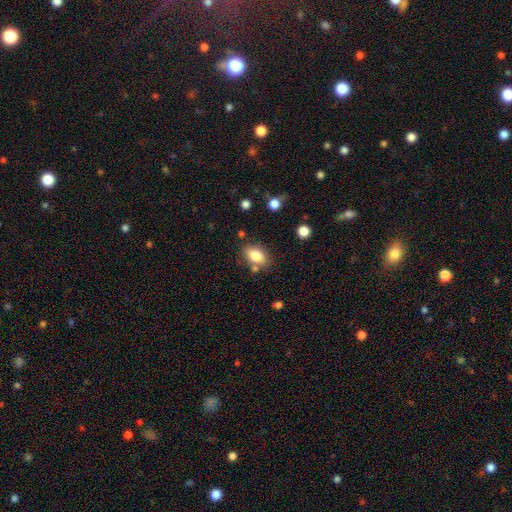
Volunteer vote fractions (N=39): A smooth galaxy with no disk features (74%) that is in between round and cigar-shaped (93%).

Vote fractions:
- Smooth or featured? smooth: 74% / featured or disk: 15% / star or artifact: 10%
- How rounded? in between: 93% / round: 7% / cigar-shaped: 0%
- Merging? none: 71% / minor disturbance: 20% / merger: 9% / major disturbance: 0%